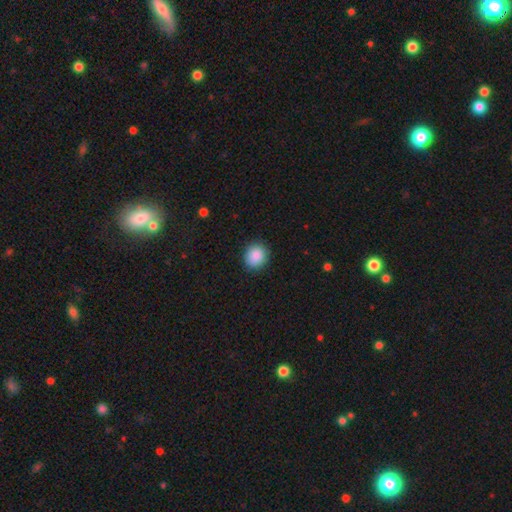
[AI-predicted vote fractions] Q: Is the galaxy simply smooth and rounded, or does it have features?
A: smooth — 88%.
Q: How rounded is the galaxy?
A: round — 80%.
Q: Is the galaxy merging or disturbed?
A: none — 88%.